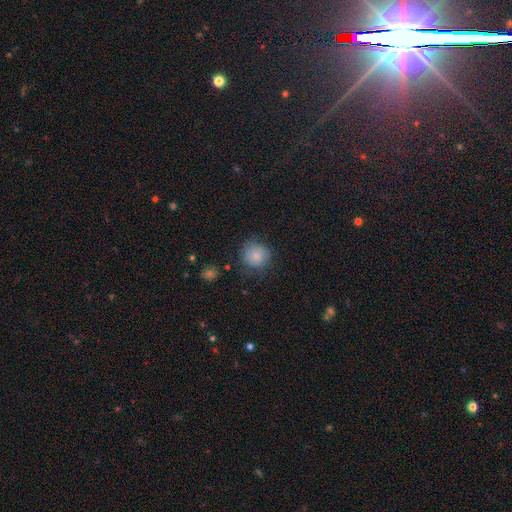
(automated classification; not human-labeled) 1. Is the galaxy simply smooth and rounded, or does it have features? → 81% smooth, 10% featured or disk, 10% star or artifact.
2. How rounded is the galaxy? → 90% round, 9% in between, 1% cigar-shaped.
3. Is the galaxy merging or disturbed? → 74% none, 18% minor disturbance, 6% major disturbance, 2% merger.